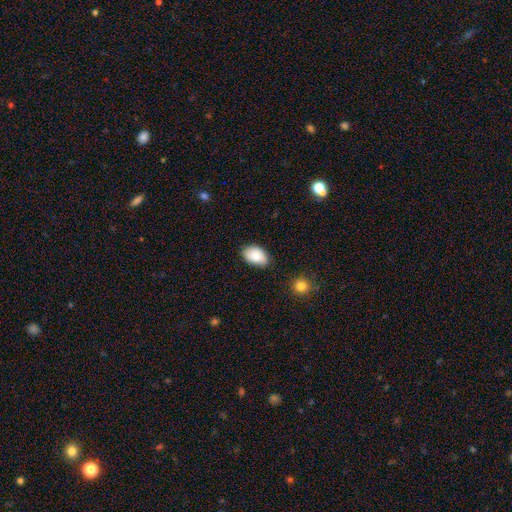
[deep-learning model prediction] Smooth or featured? smooth (83%)
How rounded? in between (89%)
Merging? none (74%)